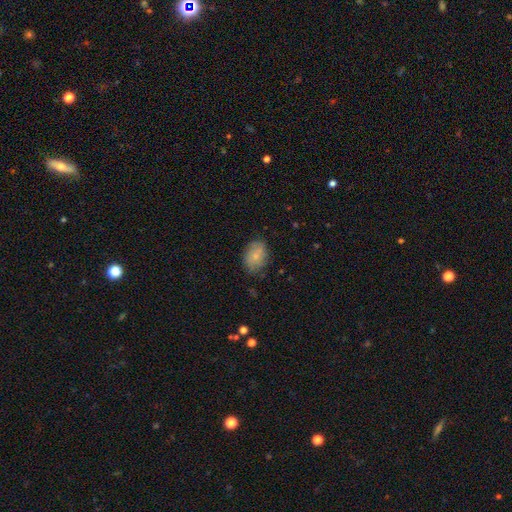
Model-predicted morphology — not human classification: This is likely a smooth galaxy (73%). How rounded: likely in between (73%). Merging: likely none (73%).